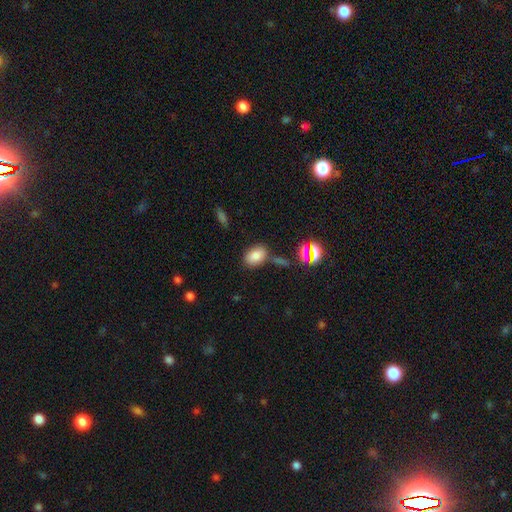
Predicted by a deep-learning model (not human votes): This appears to be a smooth galaxy with no disk features (79%) that is in between round and cigar-shaped (85%). Merging: none (72%).